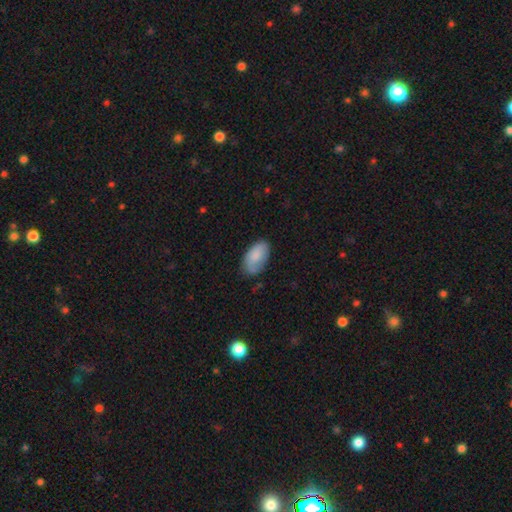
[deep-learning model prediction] Q: Smooth or featured?
A: smooth (80%); runner-up: featured or disk (13%)
Q: How rounded?
A: in between (95%); runner-up: round (3%)
Q: Merging?
A: none (69%); runner-up: minor disturbance (24%)